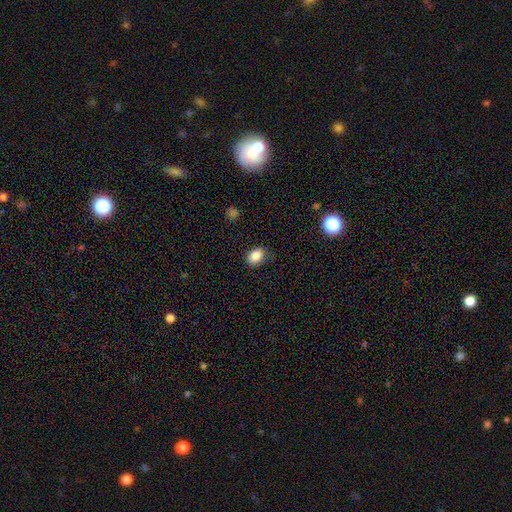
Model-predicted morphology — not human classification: Smooth or featured? smooth (86%)
How rounded? in between (69%)
Merging? none (77%)